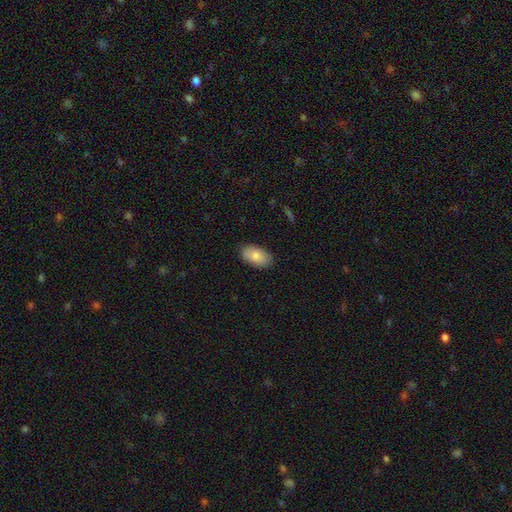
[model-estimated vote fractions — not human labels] A smooth galaxy with no disk features (81%) that is in between round and cigar-shaped (94%). Merging: none (85%).